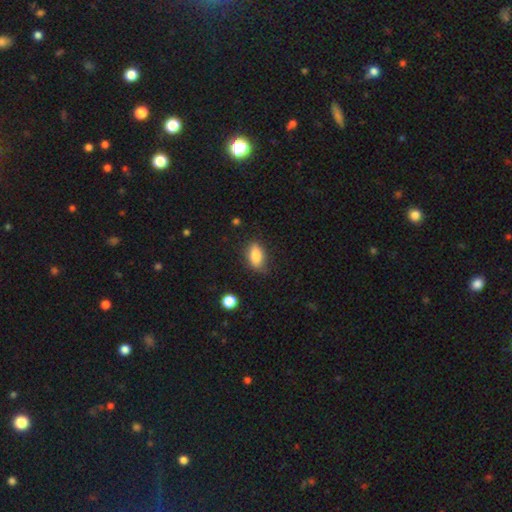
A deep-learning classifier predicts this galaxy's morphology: This appears to be a smooth galaxy with no disk features (80%) that is in between round and cigar-shaped (85%). Merging: none (74%).